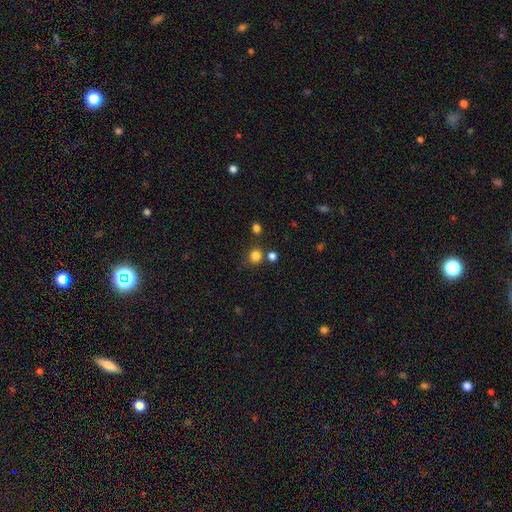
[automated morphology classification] Smooth or featured? smooth (81%)
How rounded? round (89%)
Merging? none (76%)